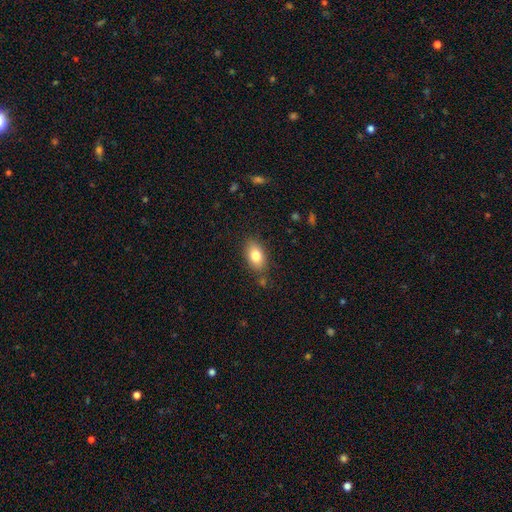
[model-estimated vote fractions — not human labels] Smooth or featured?
  - smooth: 81% *
  - featured or disk: 11%
  - star or artifact: 8%
How rounded?
  - in between: 87% *
  - round: 10%
  - cigar-shaped: 2%
Merging?
  - none: 81% *
  - minor disturbance: 13%
  - major disturbance: 3%
  - merger: 3%